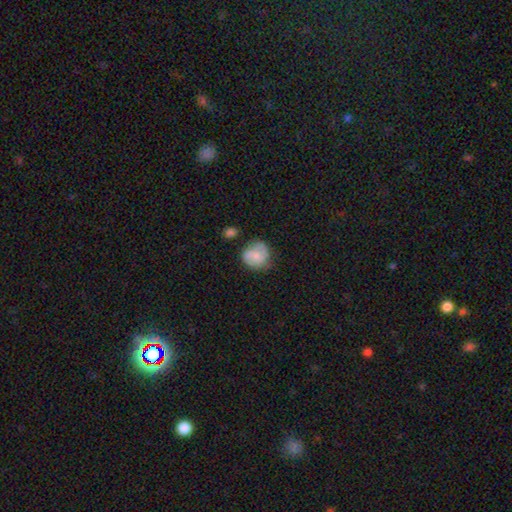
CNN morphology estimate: Overall: featured or disk (47%; smooth 46%). Merging: none (66%).